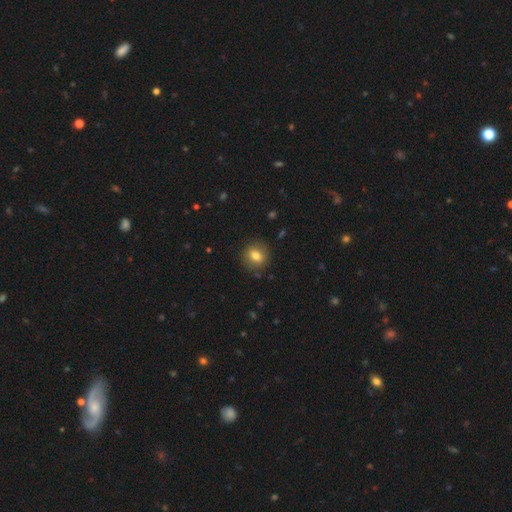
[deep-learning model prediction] Smooth or featured: smooth — 77% (featured or disk — 13%)
How rounded: round — 74% (in between — 25%)
Merging: none — 87% (minor disturbance — 9%)